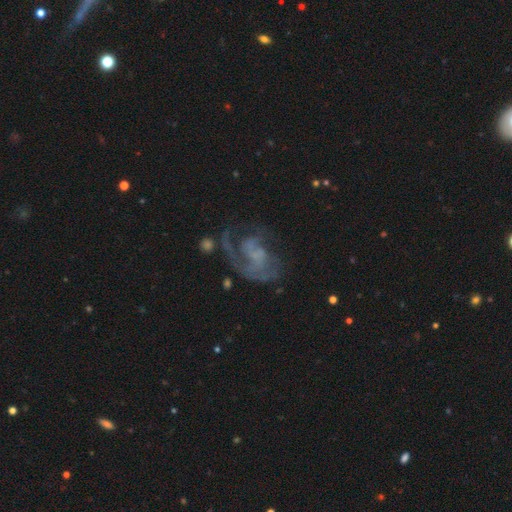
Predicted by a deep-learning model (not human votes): A featured or disk galaxy (76%) with no bar (68%), 1 (47%) medium (40%) spiral arms (81%) and no central bulge (62%).

Vote fractions:
- Smooth or featured? featured or disk: 76% / smooth: 13% / star or artifact: 11%
- Edge-on disk? no: 98% / yes: 2%
- Bar? no: 68% / weak: 26% / strong: 6%
- Spiral arms? yes: 81% / no: 19%
- Spiral winding? medium: 40% / loose: 33% / tight: 26%
- Spiral arm count? 1: 47% / 2: 26% / can't tell: 16% / 3: 6% / 4: 3% / more than 4: 2%
- Bulge size? none: 62% / small: 21% / moderate: 11% / large: 4% / dominant: 1%
- Merging? major disturbance: 39% (tied) / none: 39% (tied) / minor disturbance: 17% / merger: 5%